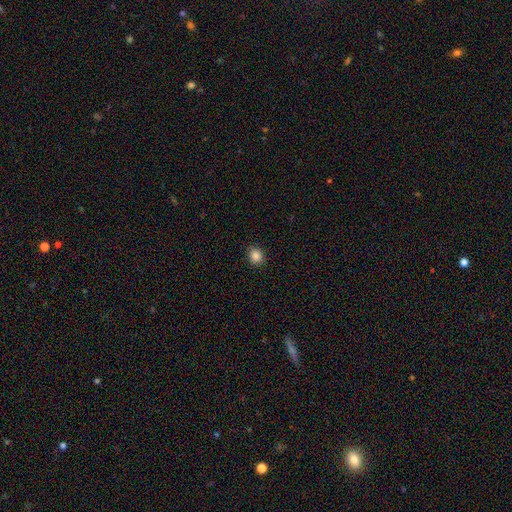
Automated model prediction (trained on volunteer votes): This appears to be a smooth galaxy with no disk features (85%) that is round (70%). Merging: none (90%).